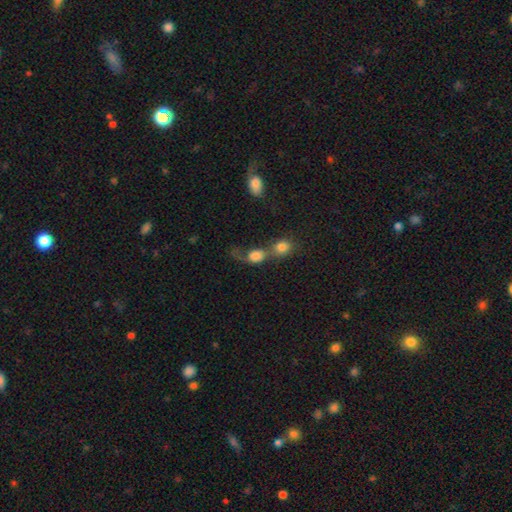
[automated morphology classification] smooth-or-featured: smooth: 73% | featured or disk: 15% | star or artifact: 12%
  how-rounded: round: 54% | in between: 43% | cigar-shaped: 3%
  merging: merger: 64% | none: 16% | major disturbance: 12% | minor disturbance: 8%